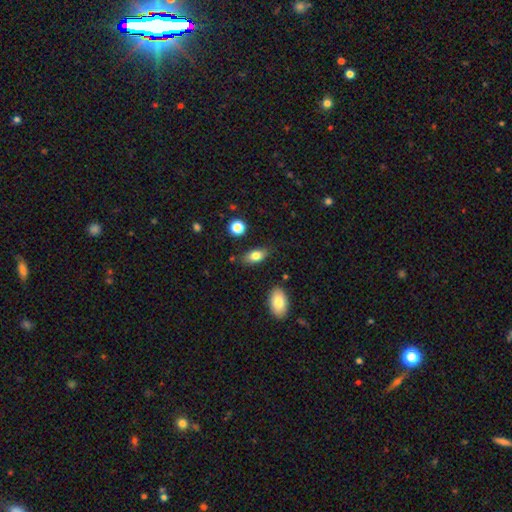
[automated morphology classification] Smooth or featured: smooth — 79% (featured or disk — 13%)
How rounded: in between — 88% (cigar-shaped — 7%)
Merging: none — 81% (minor disturbance — 13%)